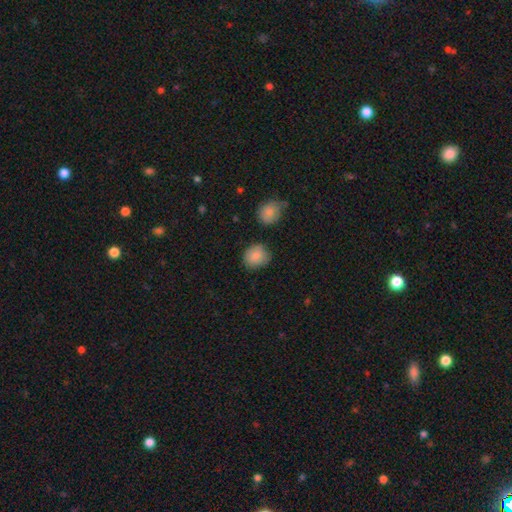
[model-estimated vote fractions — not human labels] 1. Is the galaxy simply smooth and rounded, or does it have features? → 86% smooth, 9% star or artifact, 6% featured or disk.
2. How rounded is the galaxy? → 77% round, 22% in between, 1% cigar-shaped.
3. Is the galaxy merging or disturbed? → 77% none, 15% minor disturbance, 5% merger, 3% major disturbance.